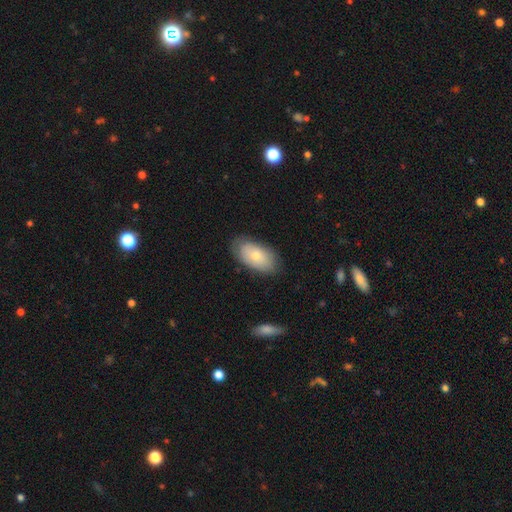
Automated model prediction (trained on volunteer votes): Smooth or featured?
  - smooth: 68% *
  - featured or disk: 26%
  - star or artifact: 6%
How rounded?
  - in between: 94% *
  - round: 4%
  - cigar-shaped: 2%
Merging?
  - none: 78% *
  - minor disturbance: 17%
  - major disturbance: 4%
  - merger: 1%